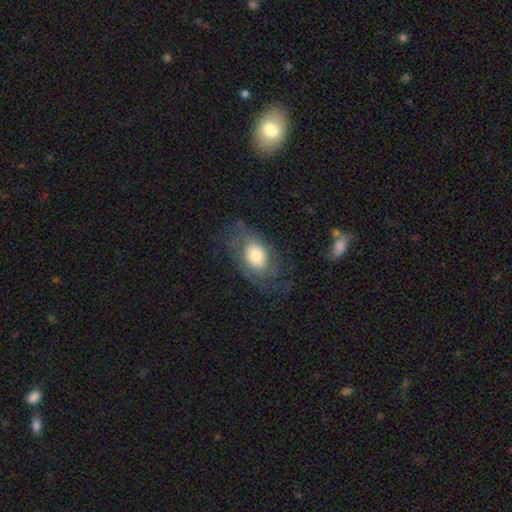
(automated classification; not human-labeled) The model was most divided on "smooth or featured": featured or disk: 53%, smooth: 40%, star or artifact: 8%. More confident: edge-on disk — no (94%); merging — none (60%).